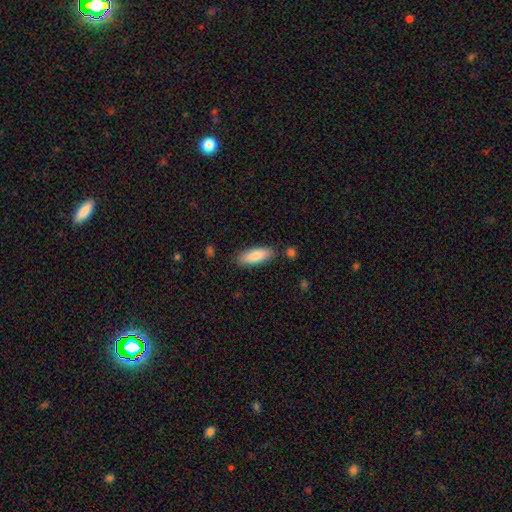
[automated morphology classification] This is clearly a smooth galaxy (84%). How rounded: likely in between (67%). Merging: clearly none (83%).